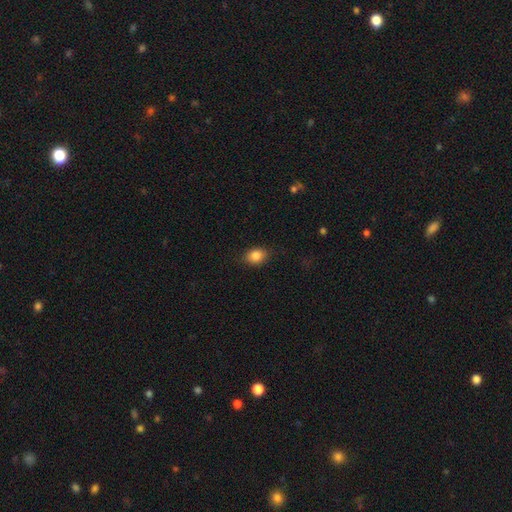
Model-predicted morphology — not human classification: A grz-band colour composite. It shows a smooth galaxy with no disk features (85%) that is in between round and cigar-shaped (62%). Merging: none (84%).